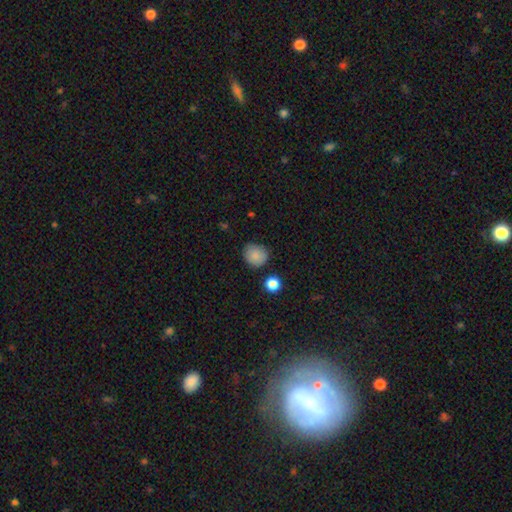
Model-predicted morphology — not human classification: This appears to be a smooth galaxy with no disk features (85%) that is round (81%). Merging: none (76%).